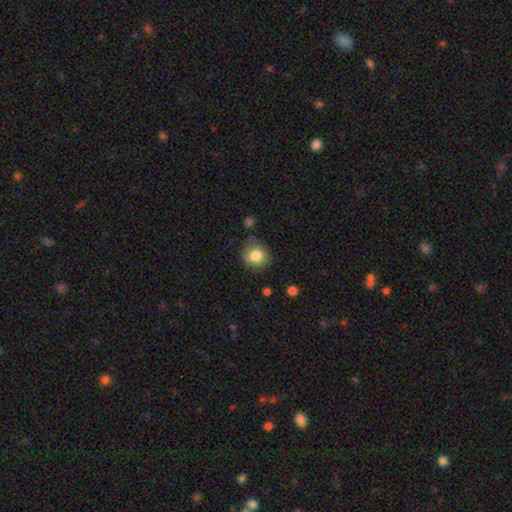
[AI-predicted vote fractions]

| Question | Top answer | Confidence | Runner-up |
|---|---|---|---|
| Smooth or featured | smooth | 82% | star or artifact (10%) |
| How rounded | round | 86% | in between (13%) |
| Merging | none | 79% | minor disturbance (15%) |